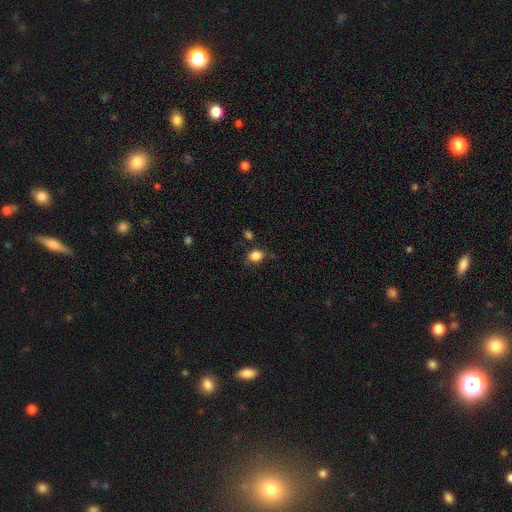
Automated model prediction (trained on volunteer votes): Smooth or featured? Predicted: smooth (p=0.85). How rounded? Predicted: in between (p=0.59). Merging? Predicted: none (p=0.67).